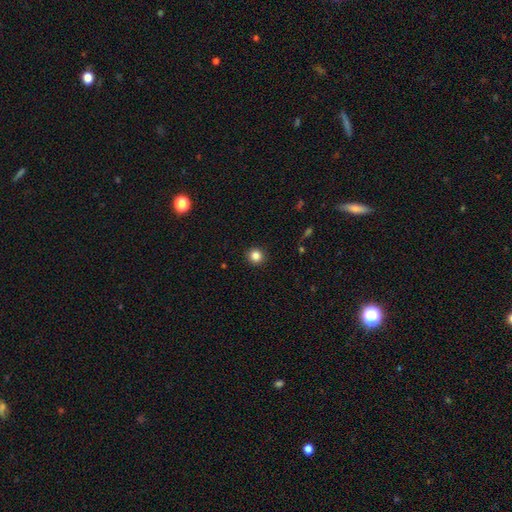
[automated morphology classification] A smooth galaxy with no disk features (85%) that is round (93%).

Vote fractions:
- Smooth or featured? smooth: 85% / star or artifact: 11% / featured or disk: 4%
- How rounded? round: 93% / in between: 6% / cigar-shaped: 1%
- Merging? none: 92% / minor disturbance: 5% / major disturbance: 2% / merger: 1%